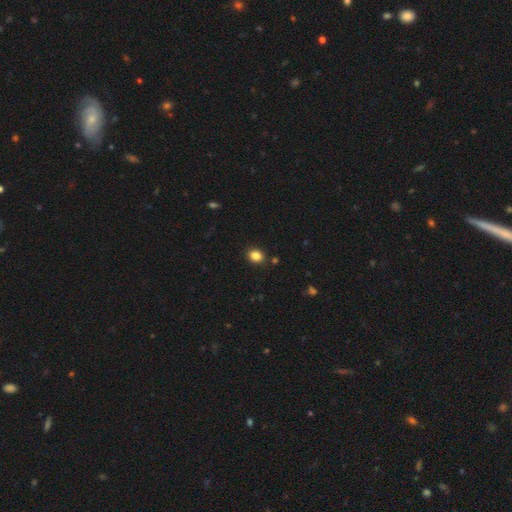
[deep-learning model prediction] A smooth galaxy with no disk features (85%) that is in between round and cigar-shaped (53%).

Vote fractions:
- Smooth or featured? smooth: 85% / star or artifact: 10% / featured or disk: 4%
- How rounded? in between: 53% / round: 46% / cigar-shaped: 1%
- Merging? none: 88% / minor disturbance: 8% / merger: 2% / major disturbance: 2%